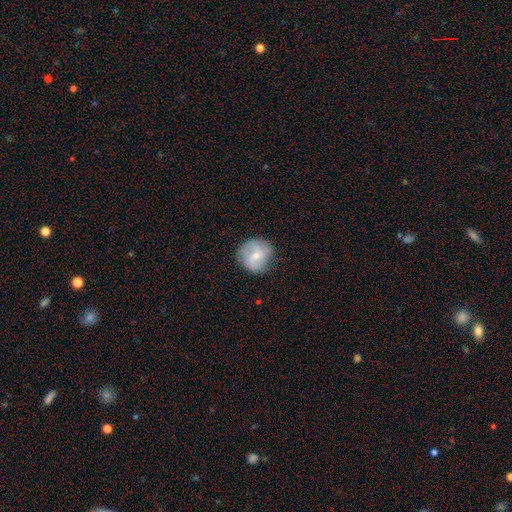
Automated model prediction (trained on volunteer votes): Smooth or featured: featured or disk — 51% (smooth — 42%)
Edge-on disk: no — 98% (yes — 2%)
Merging: none — 79% (minor disturbance — 15%)